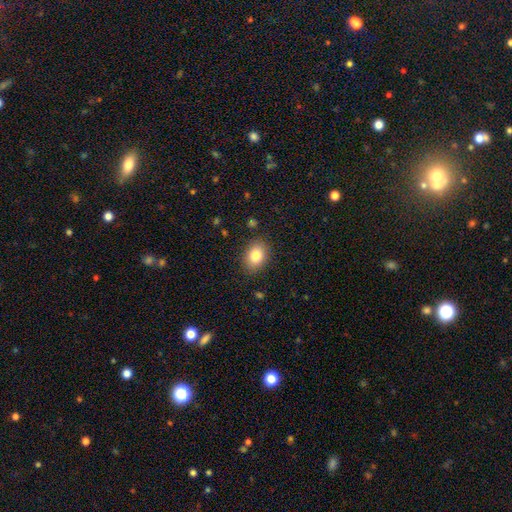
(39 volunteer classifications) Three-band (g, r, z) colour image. It shows a smooth galaxy with no disk features (82%) that is in between round and cigar-shaped (75%). Merging: none (91%).